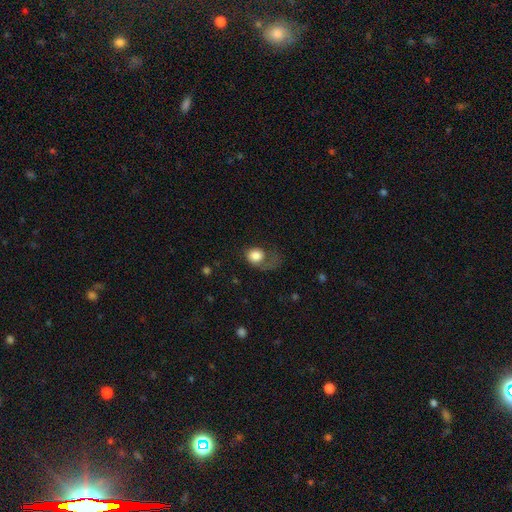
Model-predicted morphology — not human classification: Q: Smooth or featured?
A: smooth (77%); runner-up: featured or disk (15%)
Q: How rounded?
A: round (63%); runner-up: in between (36%)
Q: Merging?
A: major disturbance (50%); runner-up: none (27%)